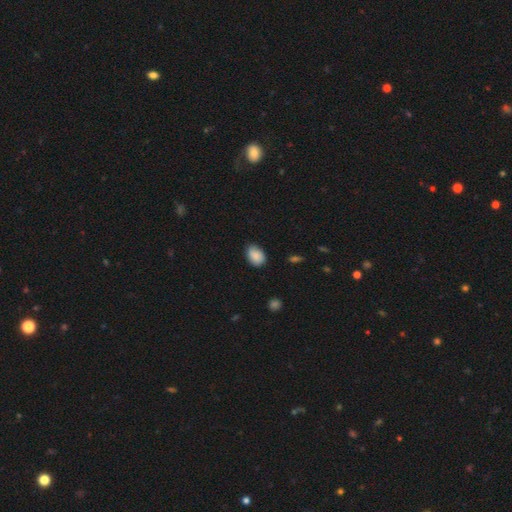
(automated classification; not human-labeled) Overall: smooth (88%). How rounded: in between (76%). Merging: none (74%).